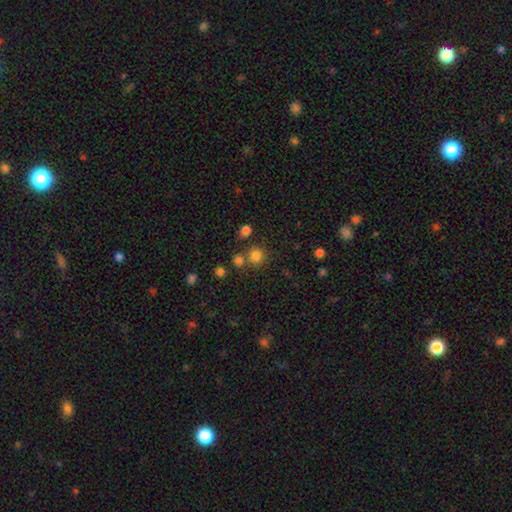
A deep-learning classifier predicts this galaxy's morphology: type=smooth (79%); roundness=round (90%); merging=none (71%).